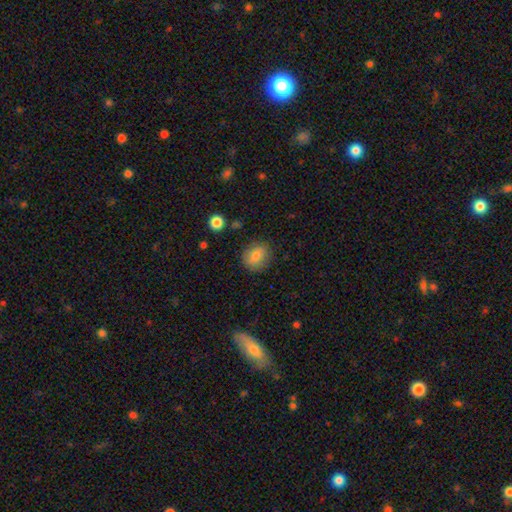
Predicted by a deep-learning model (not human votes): Smooth or featured: smooth — 82% (featured or disk — 9%)
How rounded: round — 60% (in between — 39%)
Merging: none — 84% (minor disturbance — 12%)